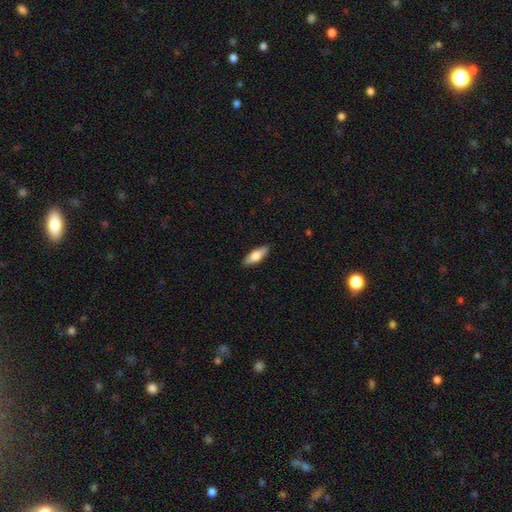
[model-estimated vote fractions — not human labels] smooth_or_featured: smooth (p=0.68) [alt: featured or disk p=0.26]
how_rounded: in between (p=0.63) [alt: cigar-shaped p=0.35]
merging: none (p=0.89) [alt: minor disturbance p=0.08]